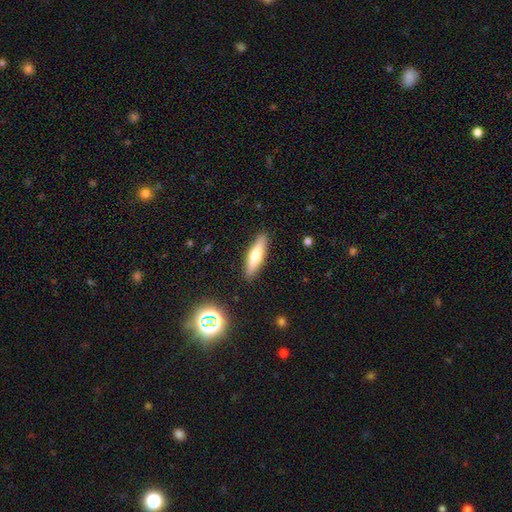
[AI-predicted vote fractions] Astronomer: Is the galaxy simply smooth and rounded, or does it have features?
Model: smooth — 61%.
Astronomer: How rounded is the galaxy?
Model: cigar-shaped — 67%.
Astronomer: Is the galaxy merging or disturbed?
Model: none — 89%.